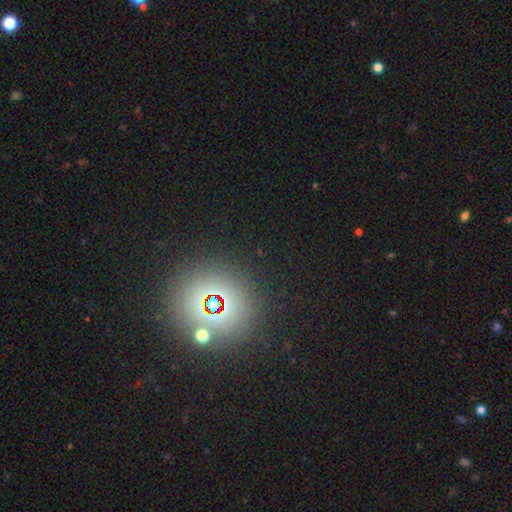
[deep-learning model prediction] smooth-or-featured: star or artifact: 74% | smooth: 16% | featured or disk: 10%